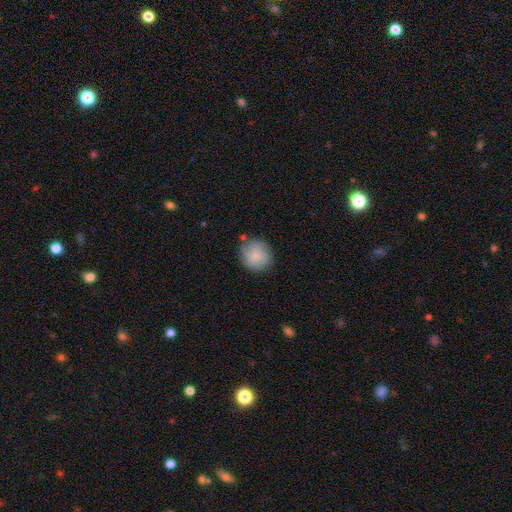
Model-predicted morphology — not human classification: A smooth galaxy with no disk features (74%) that is round (90%).

Vote fractions:
- Smooth or featured? smooth: 74% / featured or disk: 19% / star or artifact: 7%
- How rounded? round: 90% / in between: 9% / cigar-shaped: 1%
- Merging? none: 76% / minor disturbance: 16% / major disturbance: 4% / merger: 3%